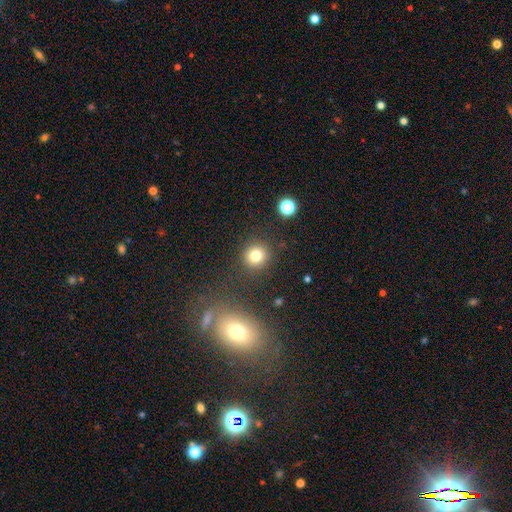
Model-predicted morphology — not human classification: Q: Smooth or featured?
A: smooth (79%); runner-up: star or artifact (13%)
Q: How rounded?
A: round (90%); runner-up: in between (9%)
Q: Merging?
A: none (88%); runner-up: minor disturbance (7%)